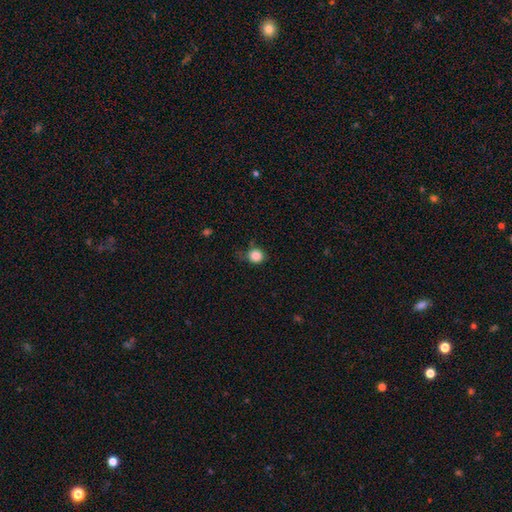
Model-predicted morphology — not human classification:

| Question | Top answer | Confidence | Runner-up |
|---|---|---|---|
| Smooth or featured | smooth | 85% | star or artifact (11%) |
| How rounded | round | 84% | in between (15%) |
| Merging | none | 67% | minor disturbance (23%) |